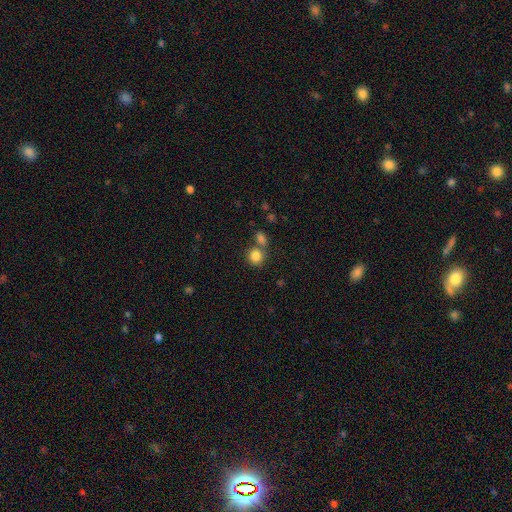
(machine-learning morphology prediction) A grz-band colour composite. It shows a smooth galaxy with no disk features (84%) that is round (82%). Merging: none (58%).